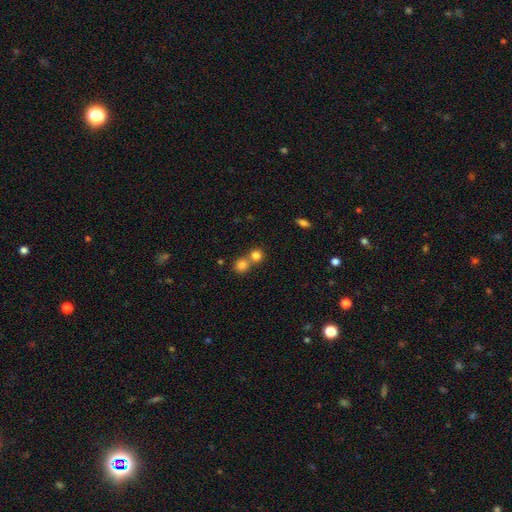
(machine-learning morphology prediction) smooth_or_featured: smooth (p=0.81) [alt: star or artifact p=0.12]
how_rounded: round (p=0.88) [alt: in between p=0.11]
merging: none (p=0.49) [alt: merger p=0.44]